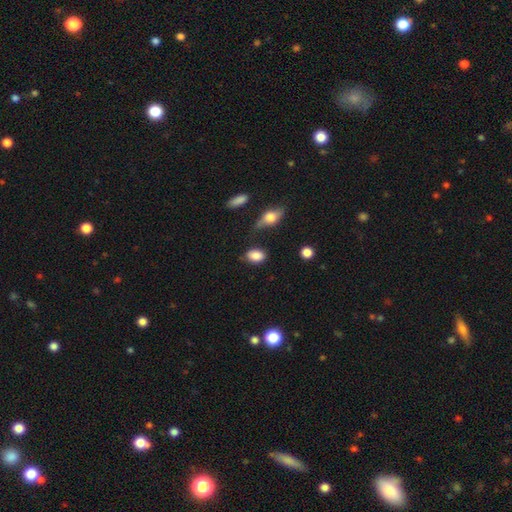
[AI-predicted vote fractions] Smooth or featured: smooth — 85% (star or artifact — 8%)
How rounded: in between — 82% (round — 16%)
Merging: none — 70% (minor disturbance — 20%)